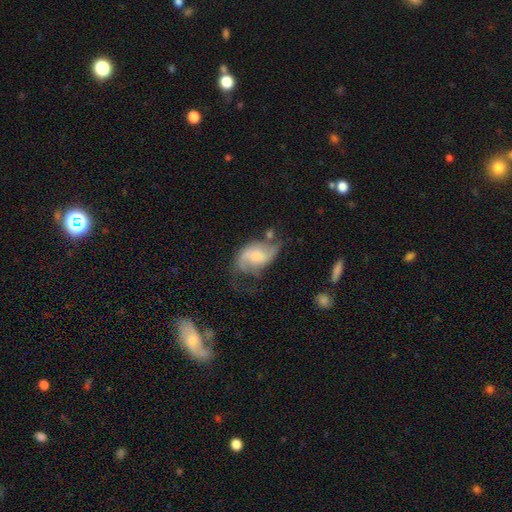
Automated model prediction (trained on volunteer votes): Overall: featured or disk (71%). Edge-on disk: no (97%). Bar: no (49%; weak 41%). Spiral arms: yes (88%). Spiral arm count: 2 (81%). Spiral winding: loose (51%; medium 37%). Bulge size: moderate (47%; small 40%). Merging: none (39%; minor disturbance 27%).